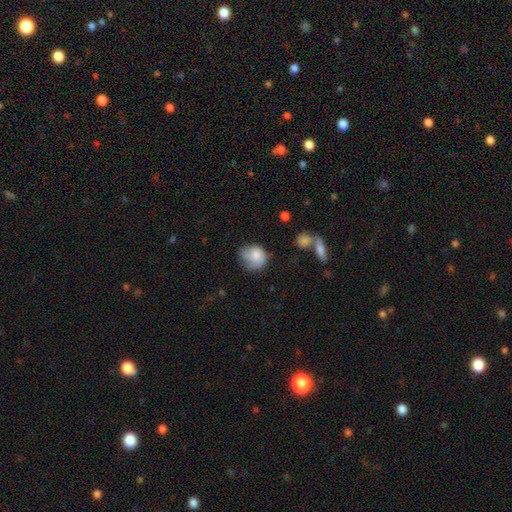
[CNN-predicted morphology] Overall: smooth (75%). How rounded: round (69%; in between 30%). Merging: none (43%; minor disturbance 35%).